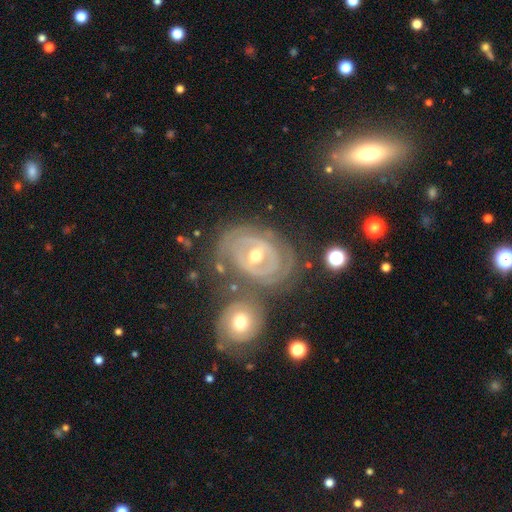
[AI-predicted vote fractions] A featured or disk galaxy (84%) with no bar (48%), 2 (39%) tight (75%) spiral arms (83%) and a moderate central bulge (68%). Merging: none (64%).